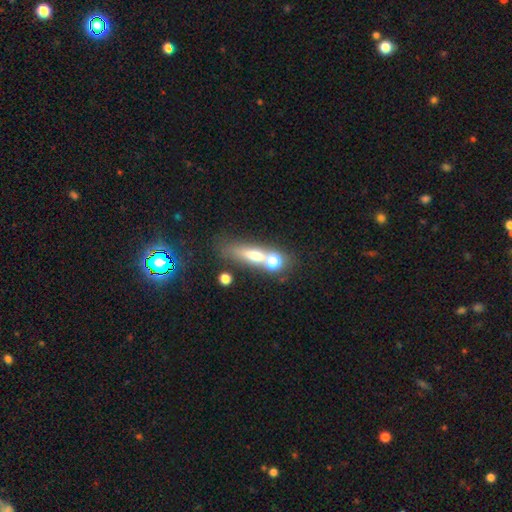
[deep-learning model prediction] A smooth galaxy with no disk features (55%) that is cigar-shaped (42%). Merging: merger (42%).